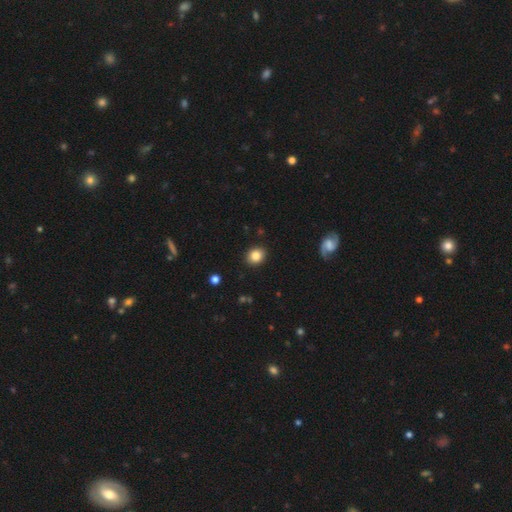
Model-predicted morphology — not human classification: Smooth or featured: smooth — 84% (star or artifact — 9%)
How rounded: round — 69% (in between — 30%)
Merging: none — 90% (minor disturbance — 7%)